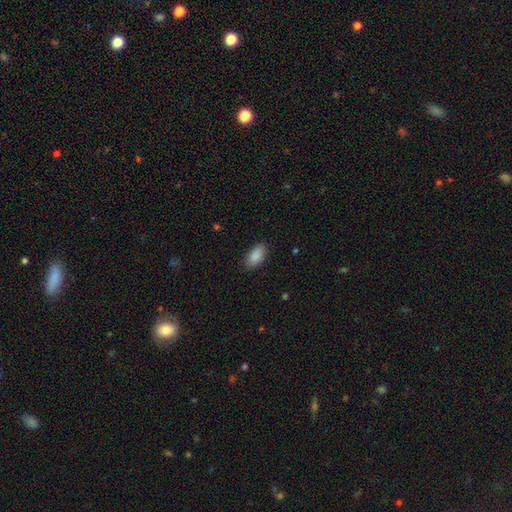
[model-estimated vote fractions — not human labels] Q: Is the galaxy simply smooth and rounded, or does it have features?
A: smooth — 90%.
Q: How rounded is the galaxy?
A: in between — 94%.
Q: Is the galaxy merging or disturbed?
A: none — 85%.